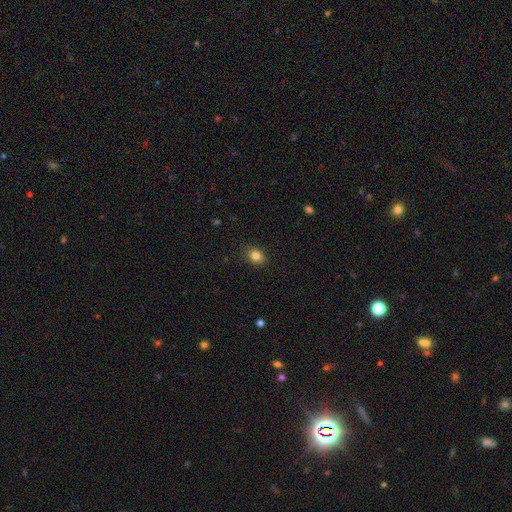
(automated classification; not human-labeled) Morphology: type=smooth (83%); roundness=round (50%); merging=none (87%).